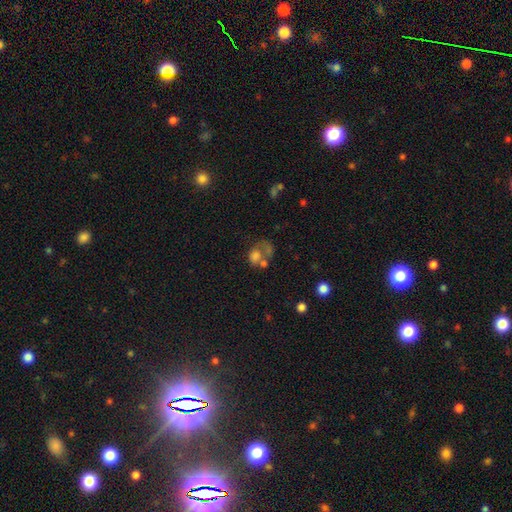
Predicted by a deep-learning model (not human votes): smooth_or_featured: smooth (p=0.60) [alt: featured or disk p=0.25]
how_rounded: round (p=0.50) [alt: in between p=0.49]
merging: merger (p=0.38) [alt: none p=0.26]